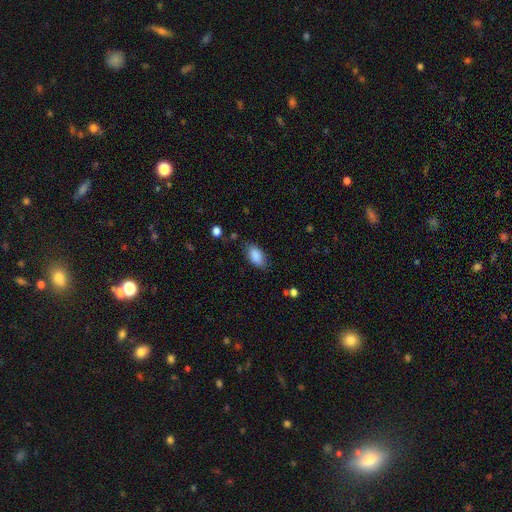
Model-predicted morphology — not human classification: A smooth galaxy with no disk features (88%) that is in between round and cigar-shaped (92%).

Vote fractions:
- Smooth or featured? smooth: 88% / star or artifact: 7% / featured or disk: 5%
- How rounded? in between: 92% / round: 4% / cigar-shaped: 3%
- Merging? none: 78% / minor disturbance: 17% / major disturbance: 4% / merger: 2%